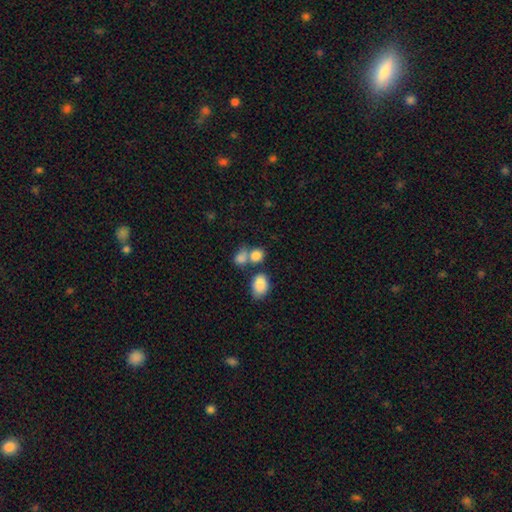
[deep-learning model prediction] This is clearly a smooth galaxy (83%). How rounded: possibly round (51%). Merging: possibly merger (47%).